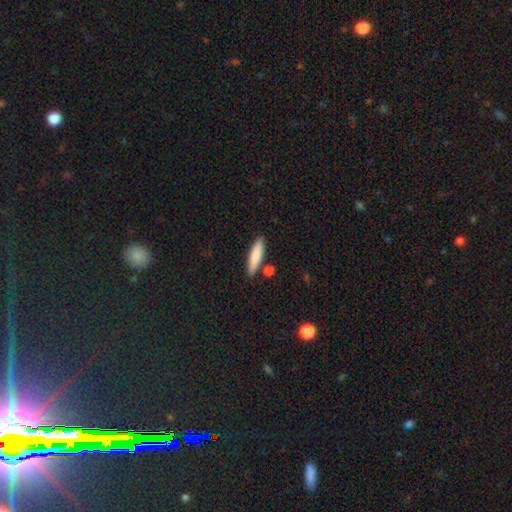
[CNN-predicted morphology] Q: Smooth or featured?
A: smooth (81%); runner-up: featured or disk (13%)
Q: How rounded?
A: cigar-shaped (76%); runner-up: in between (22%)
Q: Merging?
A: none (83%); runner-up: minor disturbance (9%)